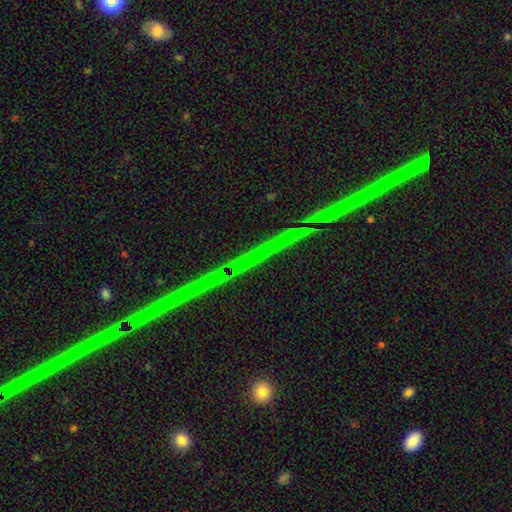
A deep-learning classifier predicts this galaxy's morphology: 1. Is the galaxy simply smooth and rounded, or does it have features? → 85% star or artifact, 10% featured or disk, 5% smooth.